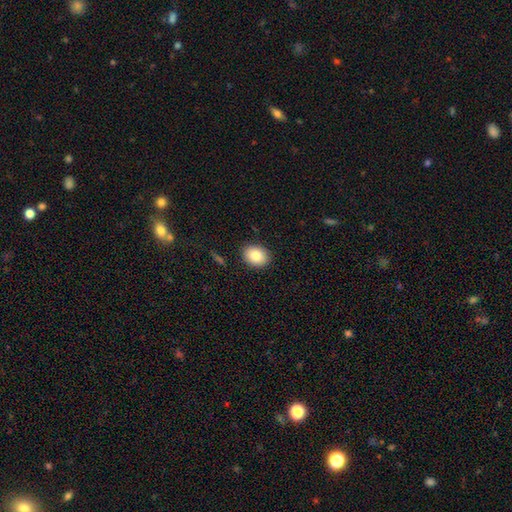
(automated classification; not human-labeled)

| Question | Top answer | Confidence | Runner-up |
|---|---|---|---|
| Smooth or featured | smooth | 83% | featured or disk (9%) |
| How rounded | in between | 60% | round (39%) |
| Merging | none | 89% | minor disturbance (8%) |